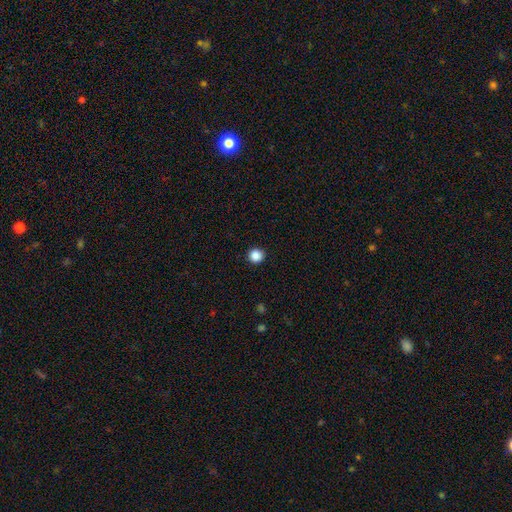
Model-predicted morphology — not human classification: This appears to be a smooth galaxy with no disk features (87%) that is round (94%). Merging: none (93%).